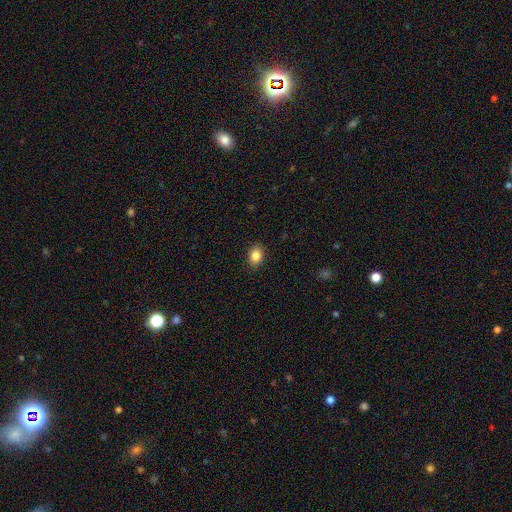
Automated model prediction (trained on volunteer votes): A smooth galaxy with no disk features (86%) that is in between round and cigar-shaped (68%).

Vote fractions:
- Smooth or featured? smooth: 86% / star or artifact: 9% / featured or disk: 5%
- How rounded? in between: 68% / round: 31% / cigar-shaped: 1%
- Merging? none: 89% / minor disturbance: 8% / major disturbance: 2% / merger: 1%